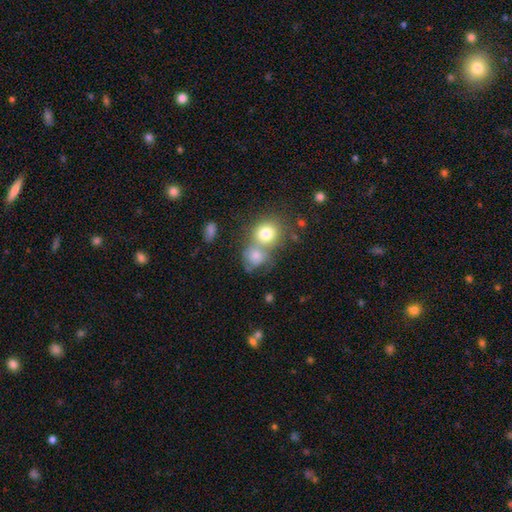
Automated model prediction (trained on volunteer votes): Morphology: type=smooth (70%); roundness=round (73%); merging=merger (52%).